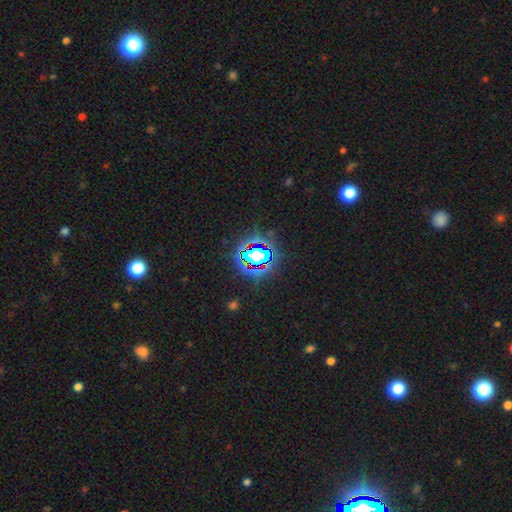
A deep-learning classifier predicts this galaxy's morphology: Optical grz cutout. It shows a star or artifact, not a galaxy (69%).